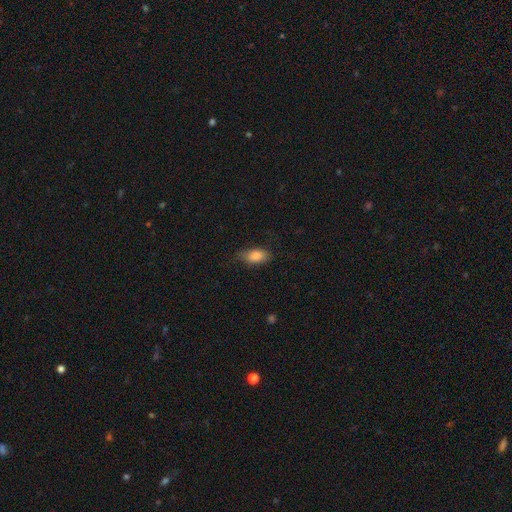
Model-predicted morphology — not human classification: This is clearly a smooth galaxy (84%). How rounded: clearly in between (88%). Merging: likely none (74%).